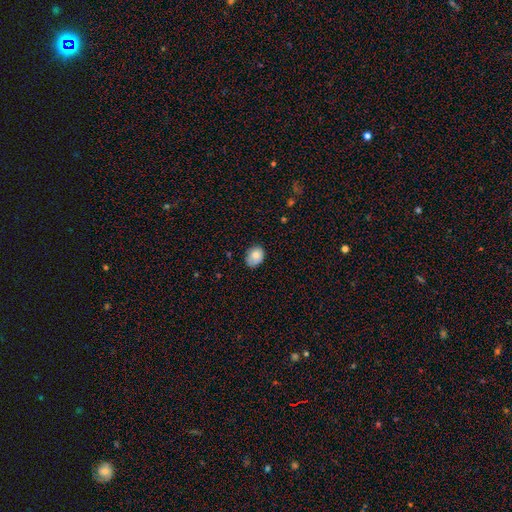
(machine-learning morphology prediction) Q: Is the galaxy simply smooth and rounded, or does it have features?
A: smooth — 82%.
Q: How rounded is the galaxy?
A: in between — 67%.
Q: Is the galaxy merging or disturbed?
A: none — 67%.